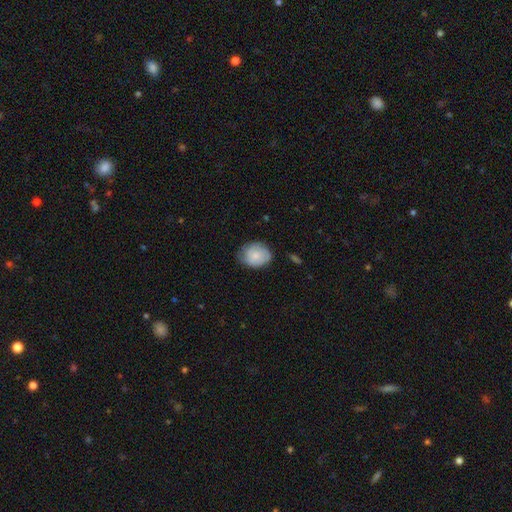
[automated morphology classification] Smooth or featured?
  - smooth: 71% *
  - featured or disk: 22%
  - star or artifact: 7%
How rounded?
  - round: 51% *
  - in between: 48%
  - cigar-shaped: 1%
Merging?
  - none: 60% *
  - minor disturbance: 32%
  - major disturbance: 7%
  - merger: 1%